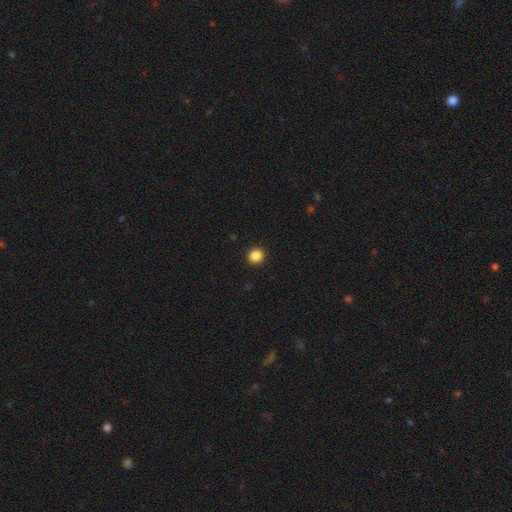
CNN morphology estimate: Q: Smooth or featured?
A: smooth (87%); runner-up: star or artifact (10%)
Q: How rounded?
A: round (90%); runner-up: in between (9%)
Q: Merging?
A: none (93%); runner-up: minor disturbance (5%)